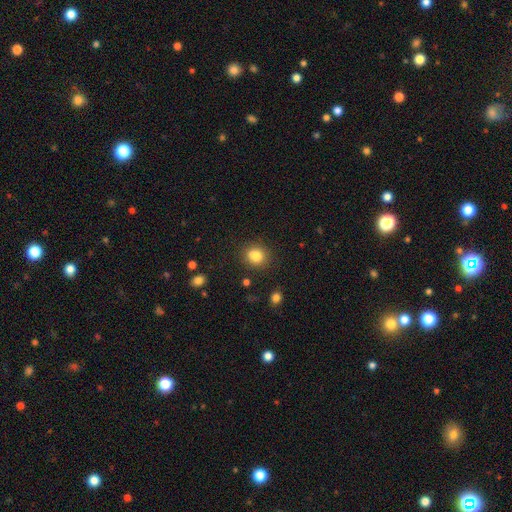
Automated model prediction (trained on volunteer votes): A smooth galaxy with no disk features (79%) that is round (73%).

Vote fractions:
- Smooth or featured? smooth: 79% / star or artifact: 12% / featured or disk: 9%
- How rounded? round: 73% / in between: 26% / cigar-shaped: 1%
- Merging? none: 65% / merger: 18% / minor disturbance: 14% / major disturbance: 4%